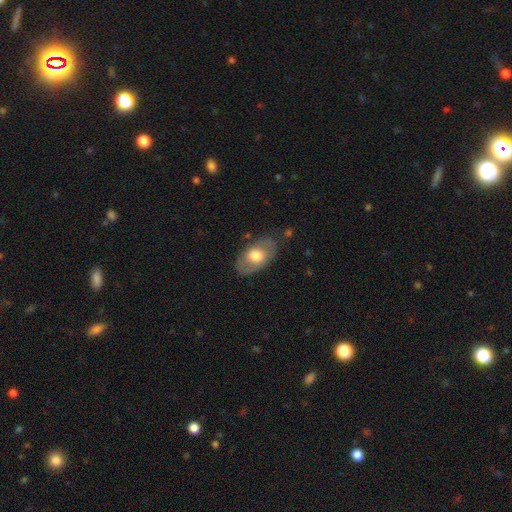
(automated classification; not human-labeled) Overall: smooth (58%; featured or disk 36%). How rounded: in between (90%). Merging: none (78%).